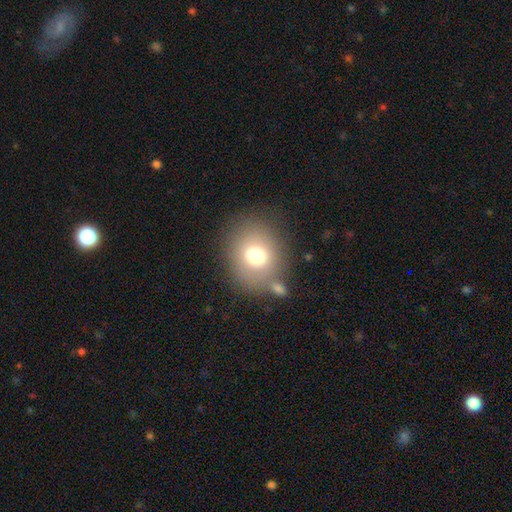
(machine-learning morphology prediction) type=smooth (75%); roundness=round (69%); merging=none (68%).